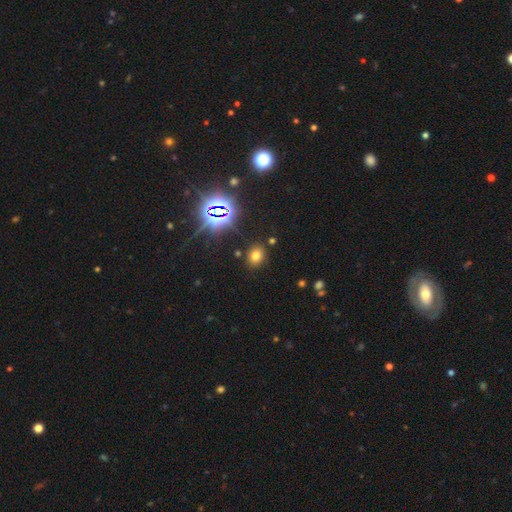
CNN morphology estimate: smooth_or_featured: smooth (p=0.65) [alt: star or artifact p=0.27]
how_rounded: round (p=0.52) [alt: in between p=0.47]
merging: none (p=0.85) [alt: minor disturbance p=0.09]